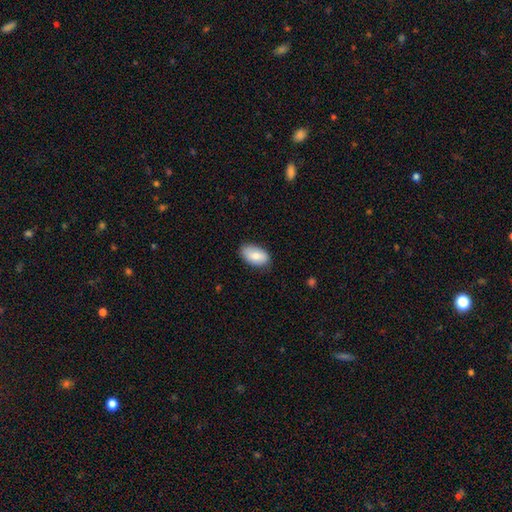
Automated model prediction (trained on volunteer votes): Morphology: type=smooth (79%); roundness=in between (94%); merging=none (81%).